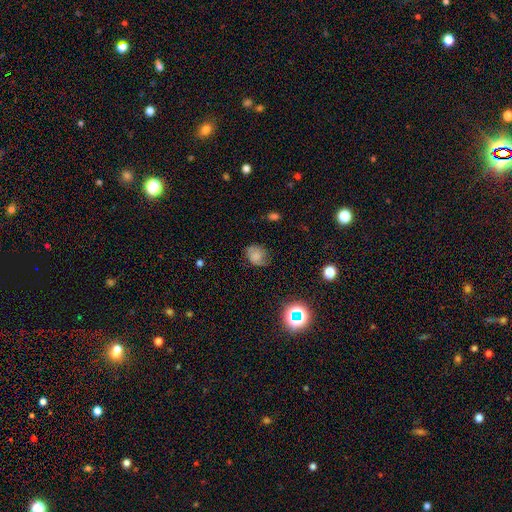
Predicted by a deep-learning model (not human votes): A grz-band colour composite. It shows a smooth galaxy with no disk features (69%) that is round (56%). Merging: none (64%).